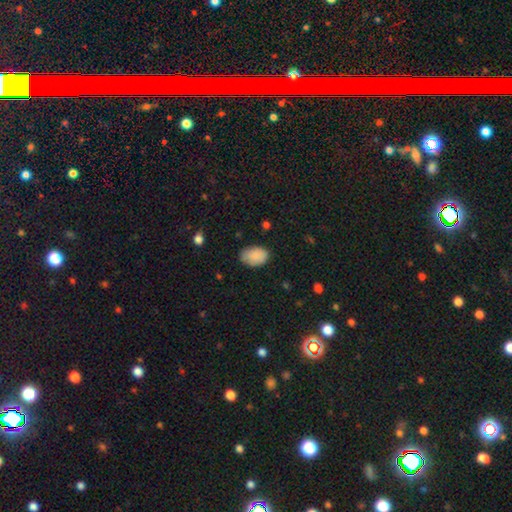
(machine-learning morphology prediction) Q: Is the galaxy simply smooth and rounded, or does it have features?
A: smooth — 88%.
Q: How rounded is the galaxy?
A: in between — 83%.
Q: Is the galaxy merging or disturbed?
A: none — 74%.